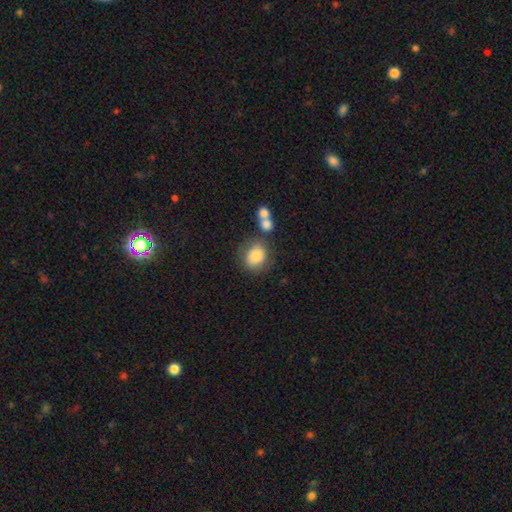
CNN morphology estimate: type=smooth (83%); roundness=round (66%); merging=none (65%).